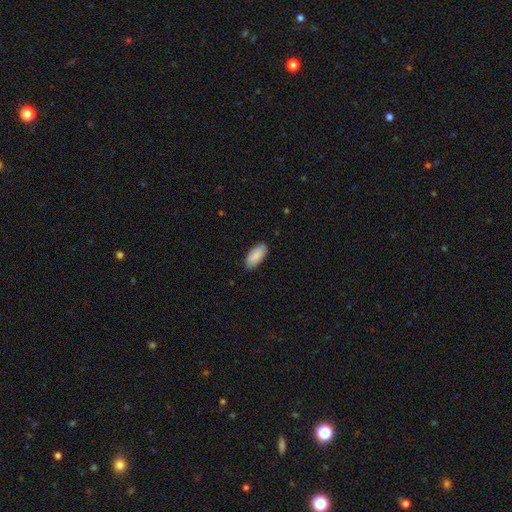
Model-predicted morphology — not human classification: Smooth or featured: smooth — 88% (featured or disk — 6%)
How rounded: in between — 91% (cigar-shaped — 7%)
Merging: none — 86% (minor disturbance — 11%)